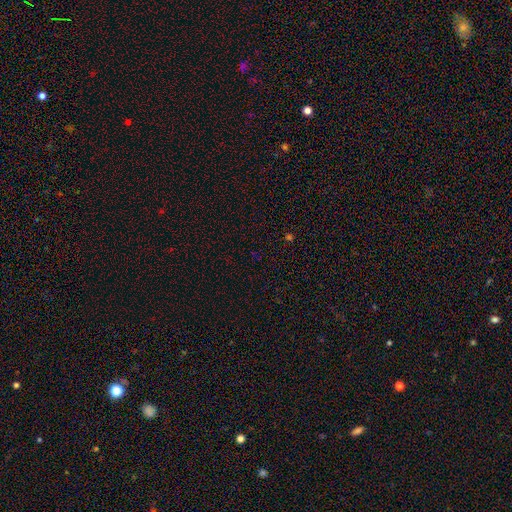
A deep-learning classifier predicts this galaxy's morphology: This is likely a star or artifact rather than a galaxy (65%).